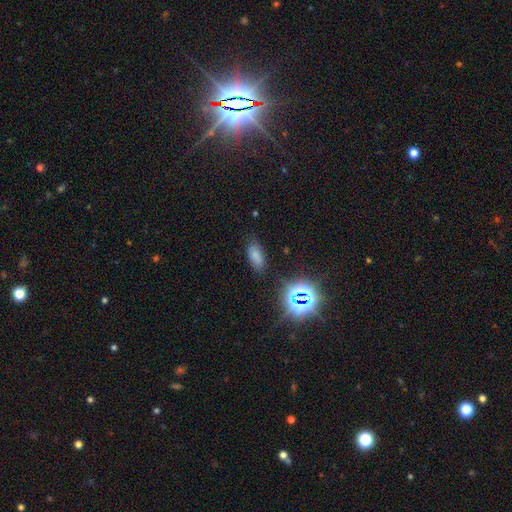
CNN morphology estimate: This appears to be a smooth galaxy with no disk features (72%) that is in between round and cigar-shaped (87%). Merging: none (78%).